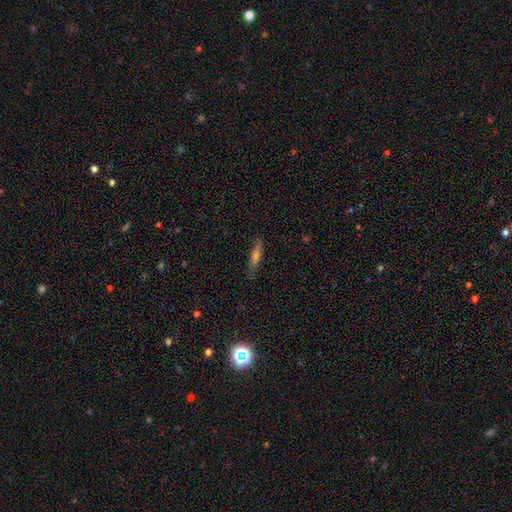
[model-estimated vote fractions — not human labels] Smooth or featured: smooth — 52% (featured or disk — 36%)
How rounded: cigar-shaped — 85% (in between — 12%)
Merging: none — 84% (minor disturbance — 12%)